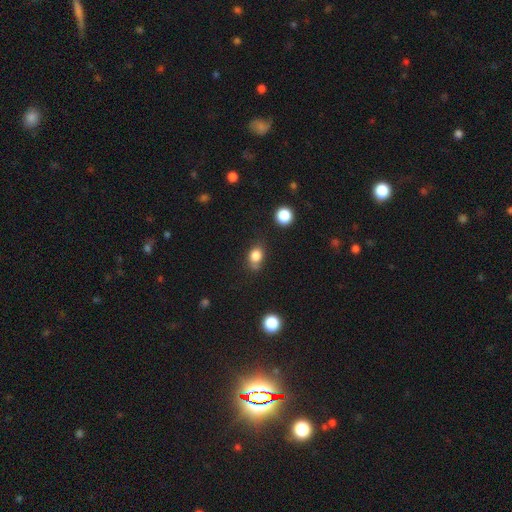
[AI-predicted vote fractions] A smooth galaxy with no disk features (82%) that is in between round and cigar-shaped (54%). Merging: none (60%).